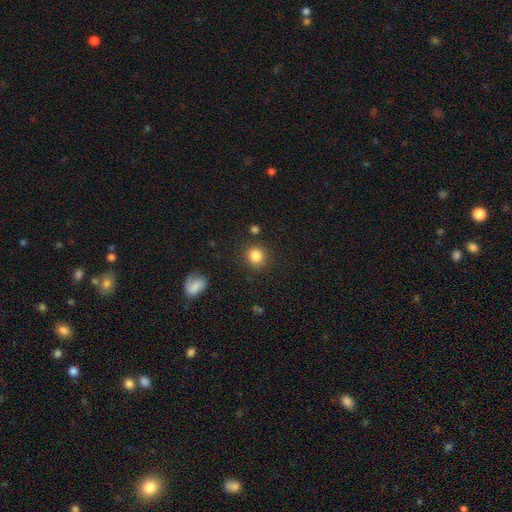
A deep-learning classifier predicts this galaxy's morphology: smooth 85%, star or artifact 10%, featured or disk 5%. Down the decision tree: how rounded — round (83%); merging — none (85%).